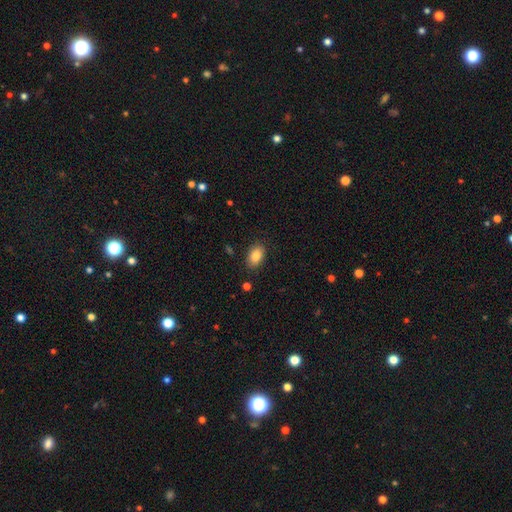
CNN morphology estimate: Overall: smooth (85%). How rounded: in between (90%). Merging: none (86%).